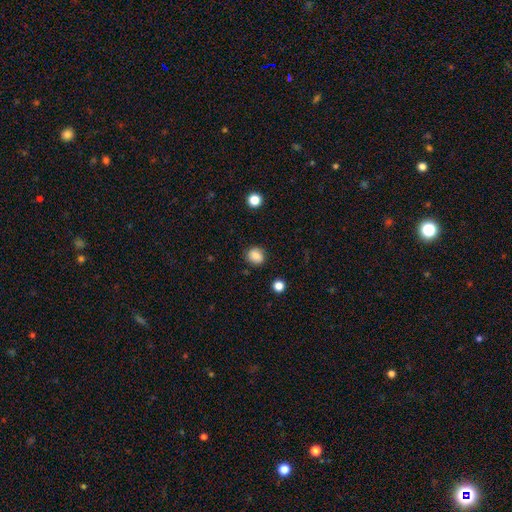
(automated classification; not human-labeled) smooth 84%, star or artifact 10%, featured or disk 6%. Down the decision tree: how rounded — round (77%); merging — none (84%).